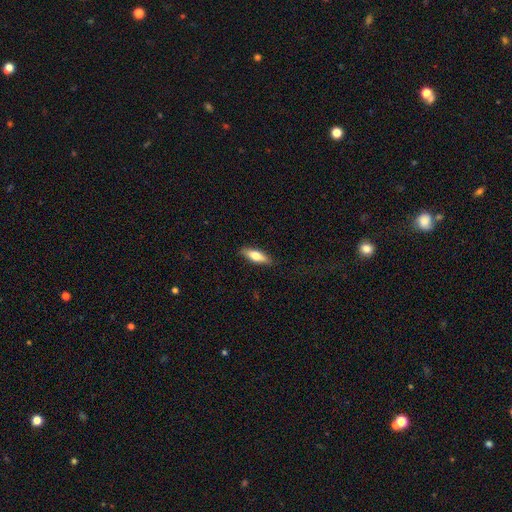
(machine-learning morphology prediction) Overall: smooth (66%; featured or disk 28%). How rounded: cigar-shaped (50%; in between 48%). Merging: none (87%).